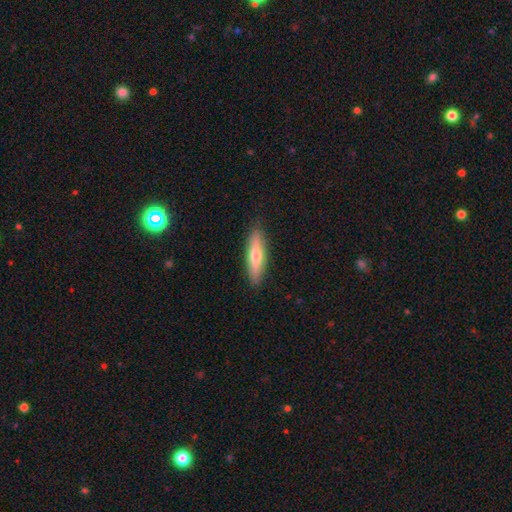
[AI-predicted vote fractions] smooth-or-featured: smooth: 57% | featured or disk: 37% | star or artifact: 6%
  how-rounded: cigar-shaped: 76% | in between: 22% | round: 2%
  merging: none: 88% | minor disturbance: 9% | major disturbance: 2% | merger: 1%